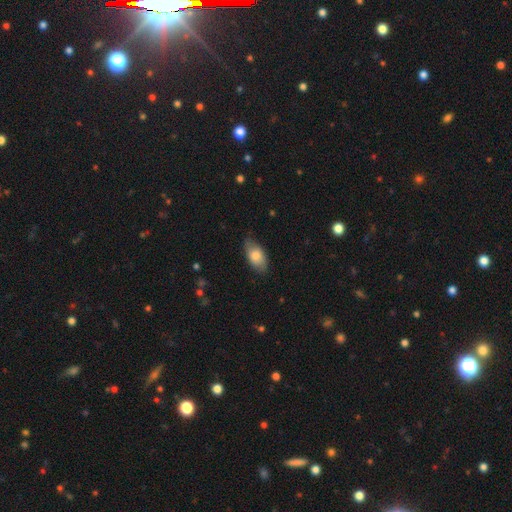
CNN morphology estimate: Q: Smooth or featured?
A: smooth (76%); runner-up: featured or disk (18%)
Q: How rounded?
A: in between (92%); runner-up: round (5%)
Q: Merging?
A: none (76%); runner-up: minor disturbance (20%)